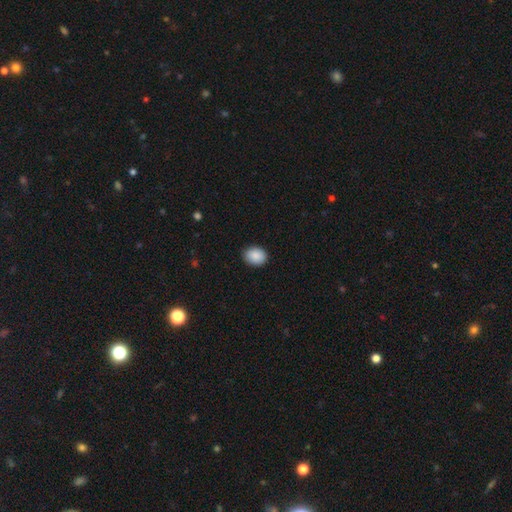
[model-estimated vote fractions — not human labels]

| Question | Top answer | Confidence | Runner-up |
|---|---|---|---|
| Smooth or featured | smooth | 90% | star or artifact (7%) |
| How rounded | in between | 57% | round (42%) |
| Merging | none | 90% | minor disturbance (8%) |